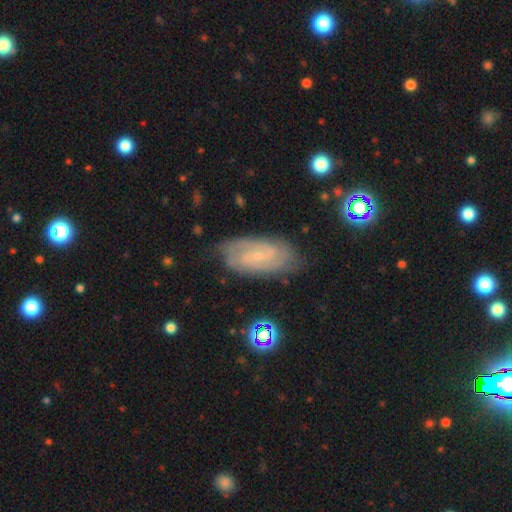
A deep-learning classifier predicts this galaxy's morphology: Overall: featured or disk (79%). Edge-on disk: no (94%). Bar: weak (47%; no 40%). Spiral arms: yes (95%). Spiral arm count: 2 (60%; can't tell 21%). Spiral winding: tight (53%; medium 36%). Bulge size: small (81%). Merging: none (78%).